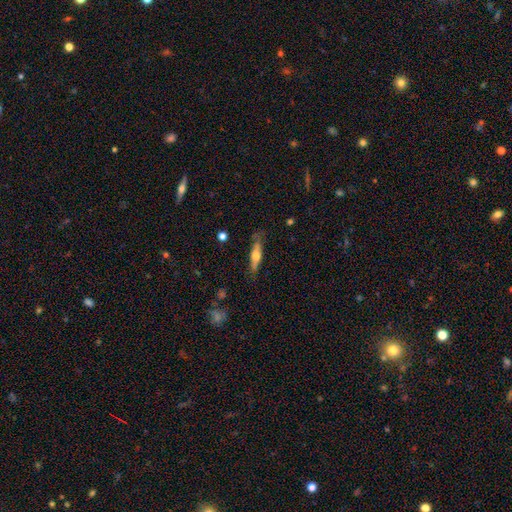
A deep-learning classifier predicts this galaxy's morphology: Smooth or featured? smooth (51%)
How rounded? cigar-shaped (74%)
Merging? none (73%)